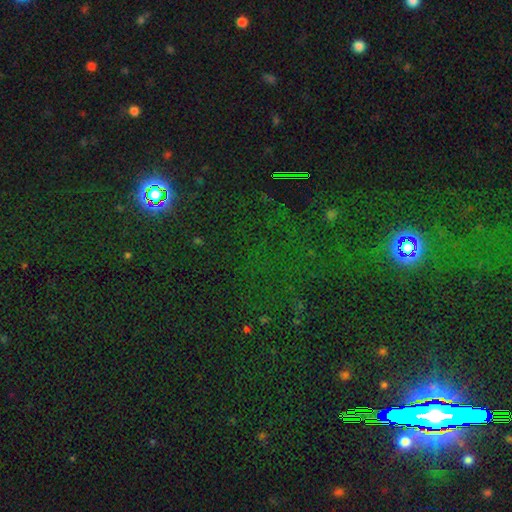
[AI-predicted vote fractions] This is likely a star or artifact rather than a galaxy (78%).